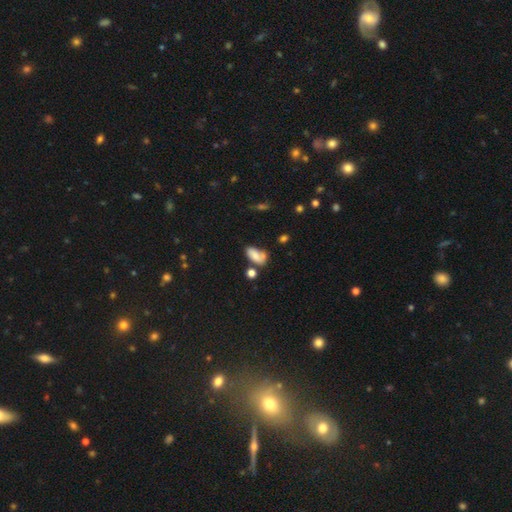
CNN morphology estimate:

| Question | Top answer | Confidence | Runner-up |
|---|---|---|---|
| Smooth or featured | smooth | 69% | featured or disk (21%) |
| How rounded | in between | 88% | round (7%) |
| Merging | none | 41% | minor disturbance (28%) |